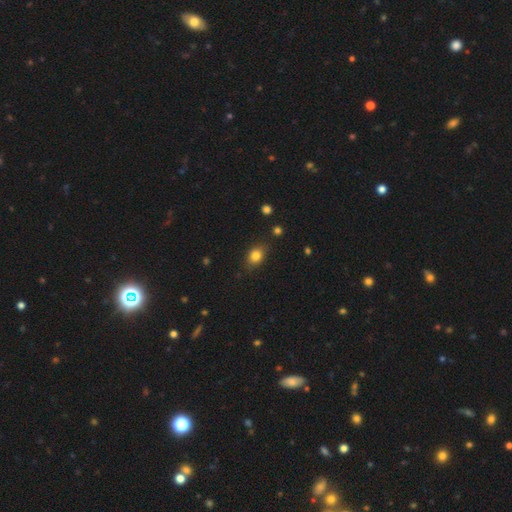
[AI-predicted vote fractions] A smooth galaxy with no disk features (82%) that is in between round and cigar-shaped (62%). Merging: none (81%).